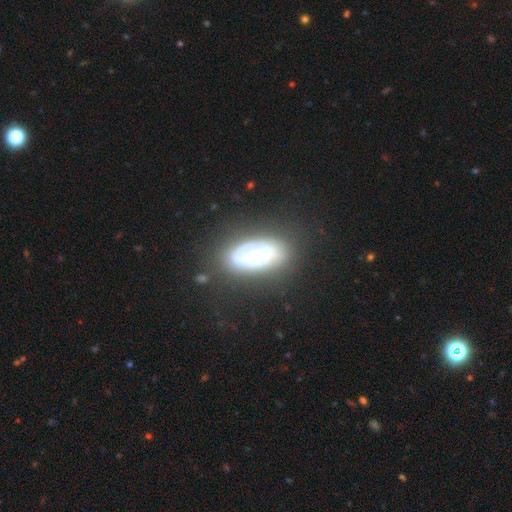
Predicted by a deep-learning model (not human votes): Smooth or featured?
  - featured or disk: 54% *
  - smooth: 36%
  - star or artifact: 10%
Edge-on disk?
  - no: 91% *
  - yes: 9%
Merging?
  - none: 62% *
  - minor disturbance: 21%
  - major disturbance: 13%
  - merger: 4%